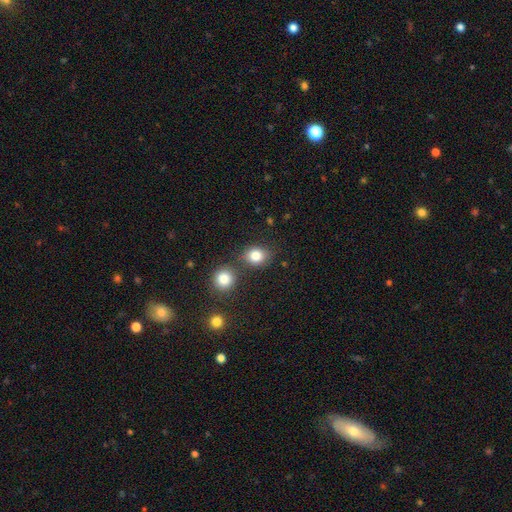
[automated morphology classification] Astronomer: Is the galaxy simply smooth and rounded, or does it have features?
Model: smooth — 83%.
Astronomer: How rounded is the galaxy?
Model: round — 62% (runner-up: in between, 37%).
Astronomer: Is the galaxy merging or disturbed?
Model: none — 69%.